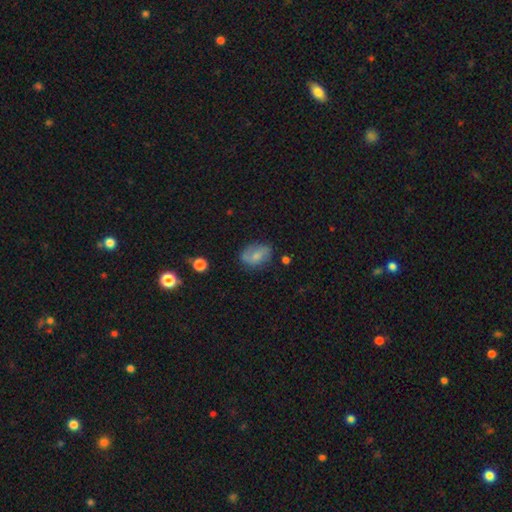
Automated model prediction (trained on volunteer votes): Overall: smooth (54%; featured or disk 37%). How rounded: in between (77%). Merging: none (62%; minor disturbance 25%).